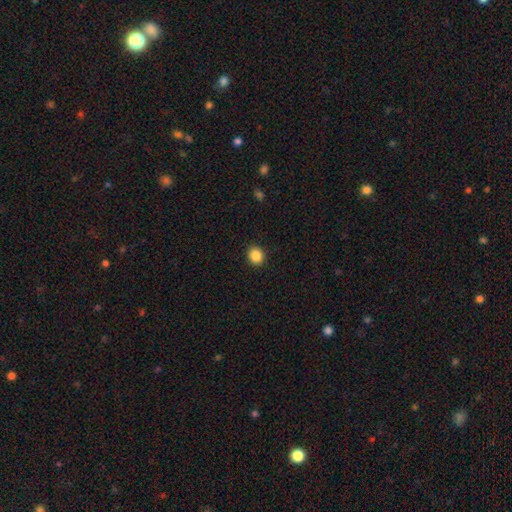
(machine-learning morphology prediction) A smooth galaxy with no disk features (87%) that is round (78%).

Vote fractions:
- Smooth or featured? smooth: 87% / star or artifact: 9% / featured or disk: 3%
- How rounded? round: 78% / in between: 21% / cigar-shaped: 1%
- Merging? none: 92% / minor disturbance: 6% / major disturbance: 2% / merger: 1%